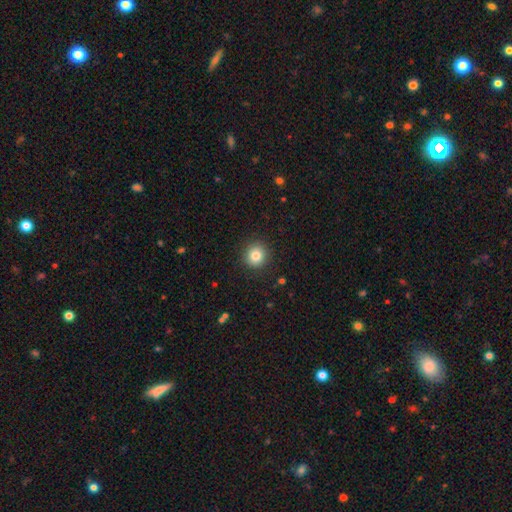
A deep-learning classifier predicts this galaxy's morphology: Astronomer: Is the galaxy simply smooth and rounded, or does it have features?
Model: smooth — 82%.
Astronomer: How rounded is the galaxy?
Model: round — 92%.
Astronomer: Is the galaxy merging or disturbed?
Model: none — 91%.